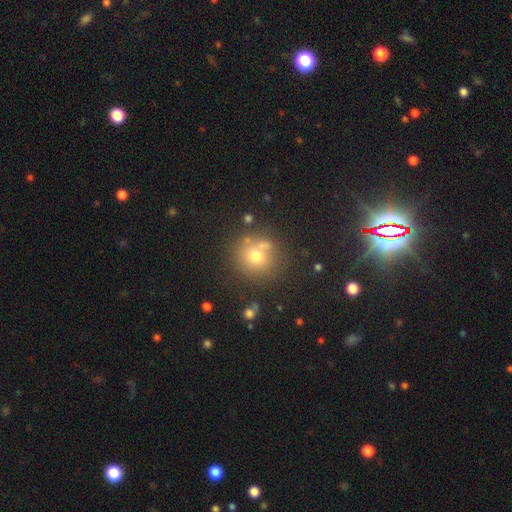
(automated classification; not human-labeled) smooth-or-featured: smooth: 70% | star or artifact: 16% | featured or disk: 14%
  how-rounded: round: 89% | in between: 10% | cigar-shaped: 1%
  merging: none: 68% | merger: 14% | minor disturbance: 12% | major disturbance: 5%